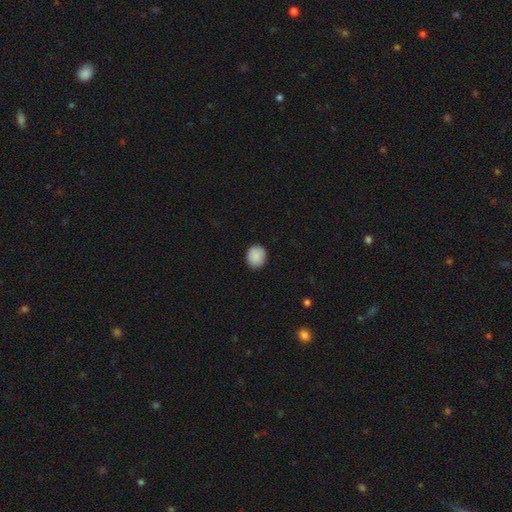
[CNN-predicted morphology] Overall: smooth (89%). How rounded: round (76%). Merging: none (89%).